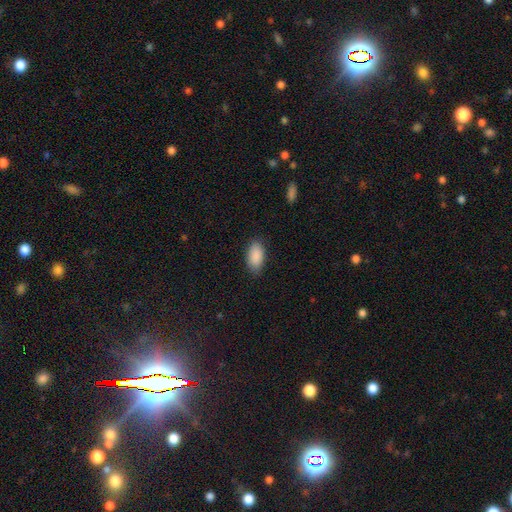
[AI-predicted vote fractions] smooth-or-featured: smooth: 90% | star or artifact: 6% | featured or disk: 4%
  how-rounded: in between: 93% | cigar-shaped: 4% | round: 3%
  merging: none: 84% | minor disturbance: 12% | major disturbance: 3% | merger: 1%